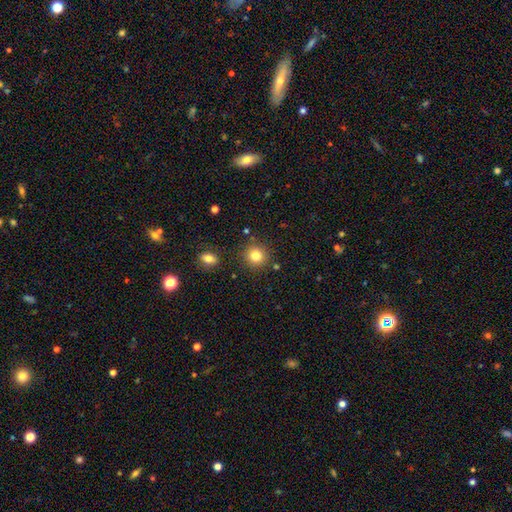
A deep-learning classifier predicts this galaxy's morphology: The model was most divided on "smooth or featured": smooth: 81%, star or artifact: 12%, featured or disk: 7%. More confident: how rounded — round (92%); merging — none (87%).